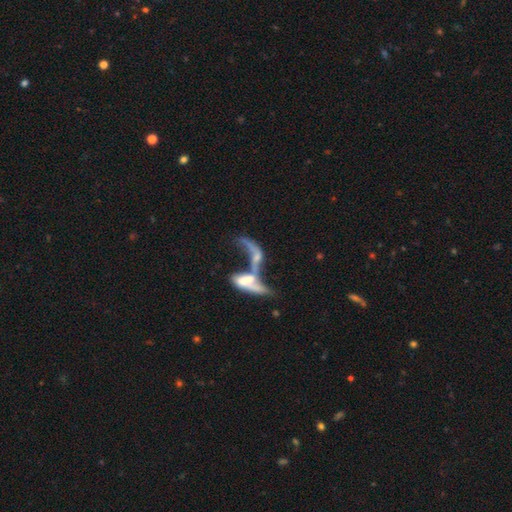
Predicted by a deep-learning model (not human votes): The model was most divided on "spiral arms": no: 57%, yes: 43%. Remaining: edge-on disk — no (84%); merging — merger (72%); bar — no (68%); smooth or featured — featured or disk (60%); bulge size — none (43%).